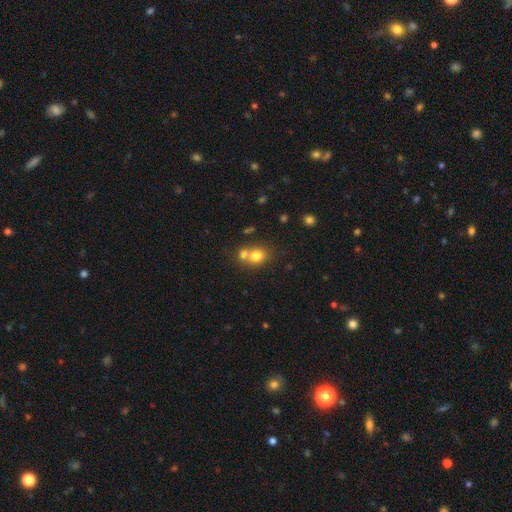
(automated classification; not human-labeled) Smooth or featured? Predicted: smooth (p=0.76). How rounded? Predicted: round (p=0.74). Merging? Predicted: merger (p=0.47).